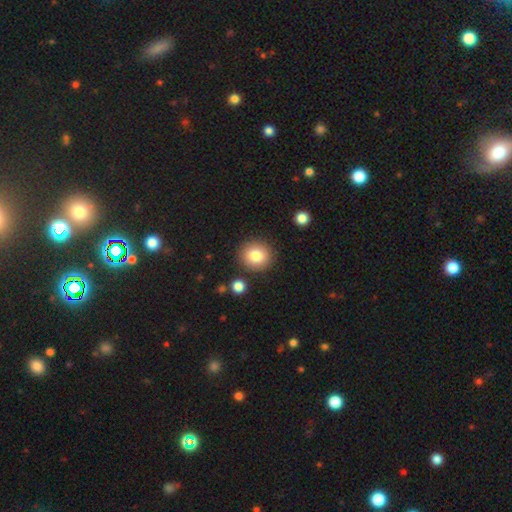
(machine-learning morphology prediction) Smooth or featured? smooth (83%)
How rounded? round (86%)
Merging? none (87%)